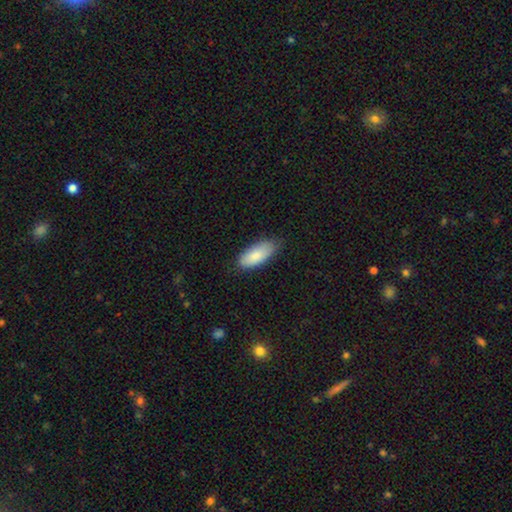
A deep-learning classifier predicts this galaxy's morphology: smooth_or_featured: smooth (p=0.86) [alt: featured or disk p=0.09]
how_rounded: in between (p=0.86) [alt: cigar-shaped p=0.12]
merging: none (p=0.72) [alt: minor disturbance p=0.23]